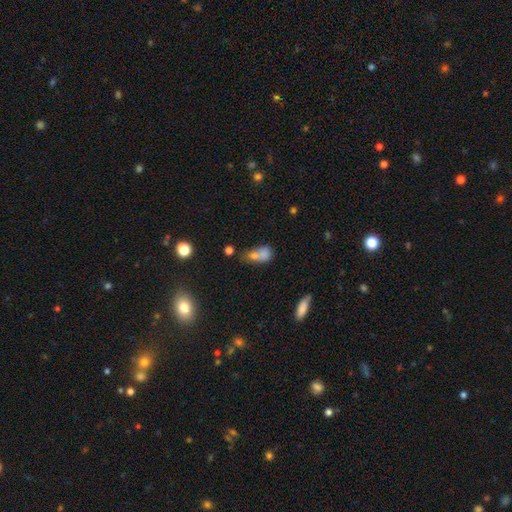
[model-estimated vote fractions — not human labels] This appears to be a smooth galaxy with no disk features (70%) that is in between round and cigar-shaped (75%). Merging: merger (44%).